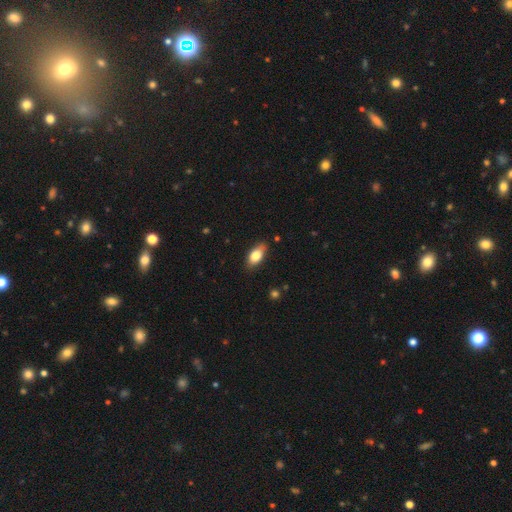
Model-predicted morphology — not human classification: The model was most divided on "smooth or featured": smooth: 79%, featured or disk: 15%, star or artifact: 7%. More confident: how rounded — in between (88%); merging — none (81%).